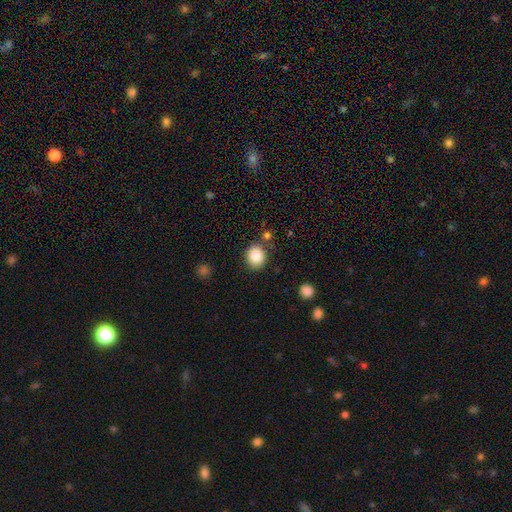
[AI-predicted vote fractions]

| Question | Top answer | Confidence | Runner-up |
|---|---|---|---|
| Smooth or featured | smooth | 86% | star or artifact (8%) |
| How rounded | round | 67% | in between (32%) |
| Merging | none | 82% | minor disturbance (10%) |